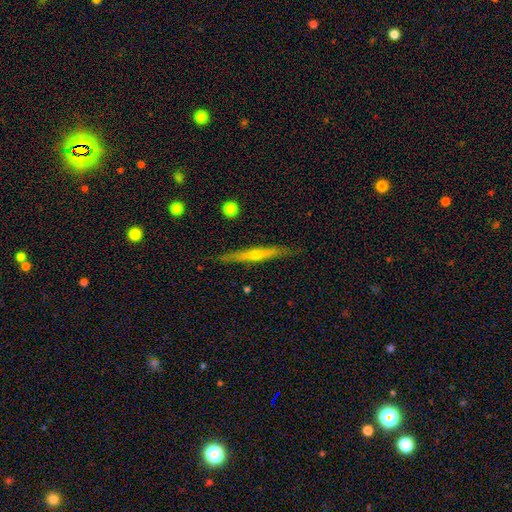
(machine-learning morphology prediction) Q: Smooth or featured?
A: featured or disk (58%); runner-up: smooth (36%)
Q: Edge-on disk?
A: yes (95%); runner-up: no (5%)
Q: Edge-on bulge?
A: rounded (69%); runner-up: none (26%)
Q: Merging?
A: none (85%); runner-up: minor disturbance (11%)